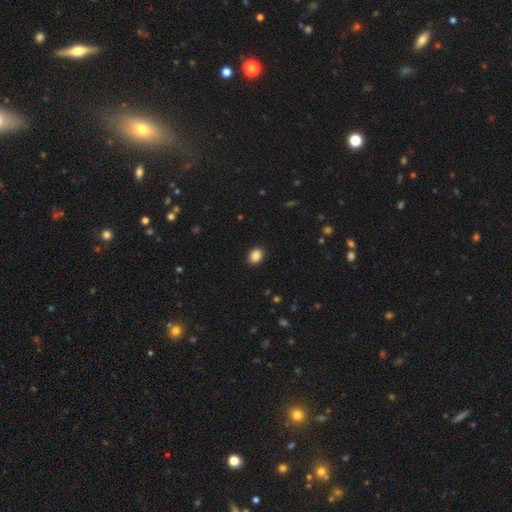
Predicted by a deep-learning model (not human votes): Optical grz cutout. It shows a smooth galaxy with no disk features (87%) that is in between round and cigar-shaped (63%). Merging: none (91%).